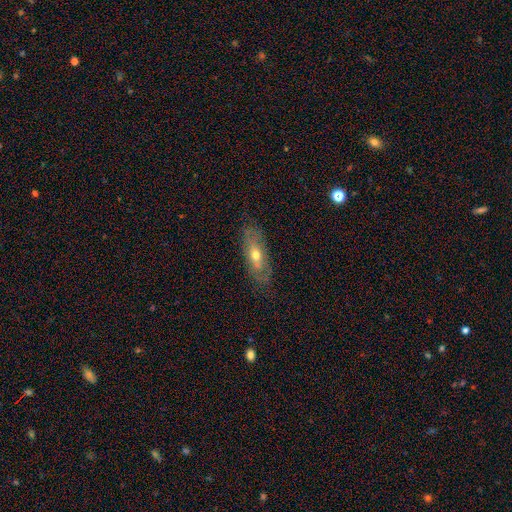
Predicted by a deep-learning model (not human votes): Smooth or featured? Predicted: featured or disk (p=0.55). Edge-on disk? Predicted: no (p=0.69). Merging? Predicted: none (p=0.79).